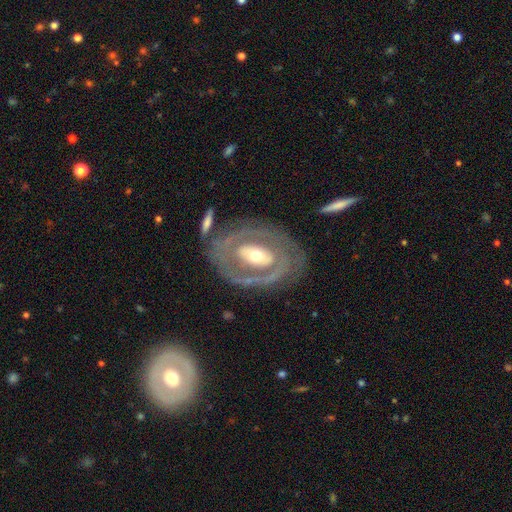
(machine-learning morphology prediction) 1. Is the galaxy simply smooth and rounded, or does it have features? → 76% featured or disk, 19% smooth, 5% star or artifact.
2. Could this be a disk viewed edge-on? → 93% no, 7% yes.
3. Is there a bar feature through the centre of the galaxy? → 45% no, 28% weak, 27% strong.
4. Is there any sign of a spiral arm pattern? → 53% no, 47% yes.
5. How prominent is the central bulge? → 63% moderate, 24% small, 11% large, 1% dominant, 1% none.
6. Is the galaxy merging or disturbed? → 72% none, 15% minor disturbance, 10% major disturbance, 4% merger.